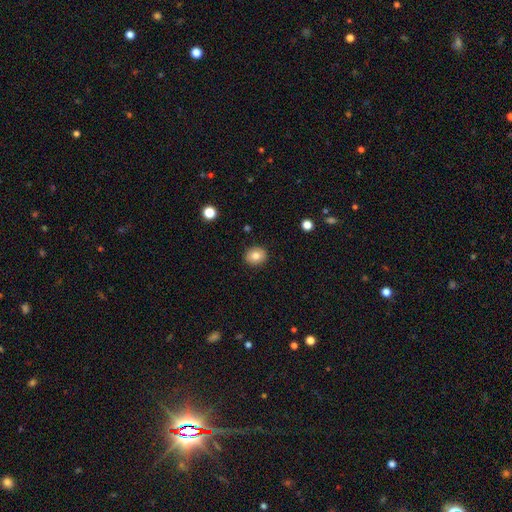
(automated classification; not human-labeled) Morphology: type=smooth (81%); roundness=round (68%); merging=none (90%).